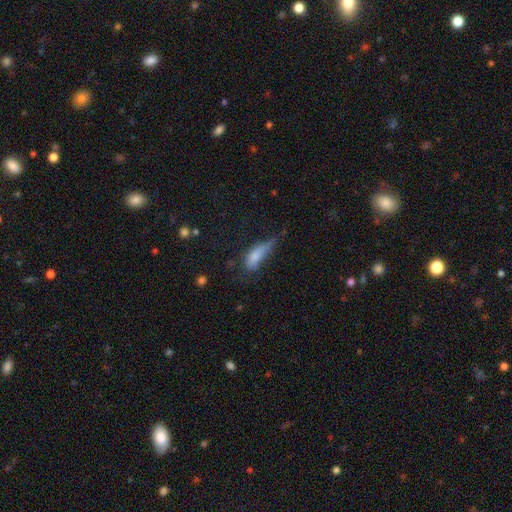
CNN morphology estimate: smooth 73%, featured or disk 18%, star or artifact 9%. Down the decision tree: how rounded — in between (61%); merging — minor disturbance (37%).